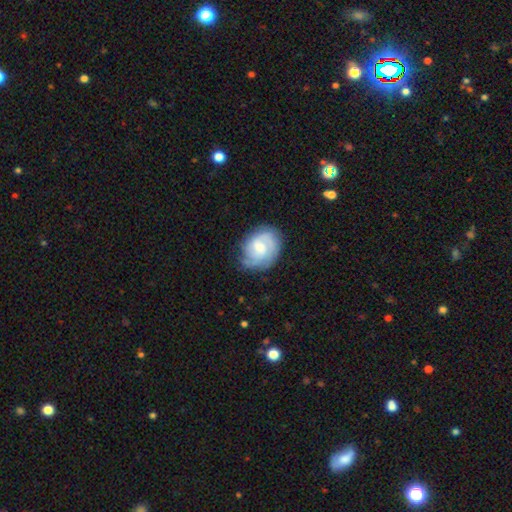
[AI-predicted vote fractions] Smooth or featured? featured or disk (58%)
Edge-on disk? no (97%)
Bar? no (52%)
Spiral arms? yes (84%)
Bulge size? moderate (46%)
Merging? none (67%)